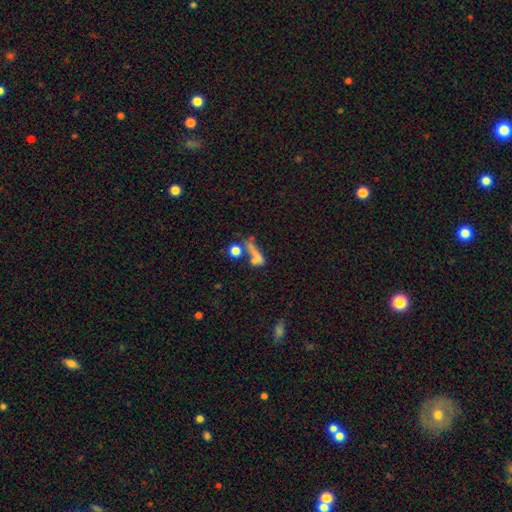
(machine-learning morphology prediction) smooth 59%, featured or disk 24%, star or artifact 17%. Down the decision tree: how rounded — cigar-shaped (53%); merging — none (36%).